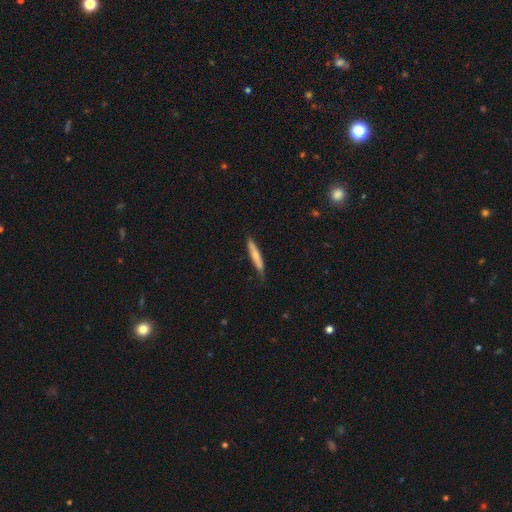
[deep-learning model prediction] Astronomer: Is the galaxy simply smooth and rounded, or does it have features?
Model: smooth — 68%.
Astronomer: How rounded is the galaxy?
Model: cigar-shaped — 92%.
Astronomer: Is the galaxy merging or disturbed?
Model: none — 72%.